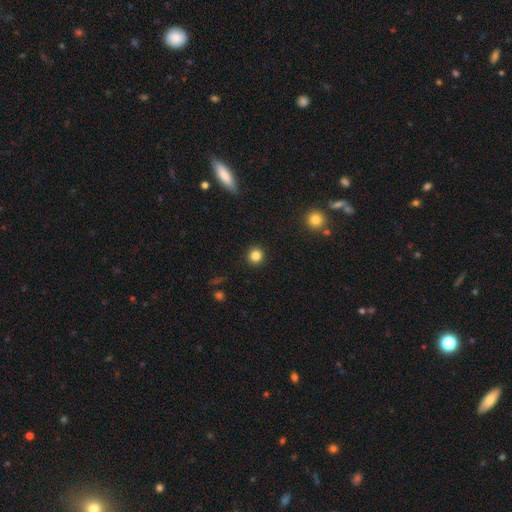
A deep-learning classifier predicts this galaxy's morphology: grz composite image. It shows a smooth galaxy with no disk features (83%) that is round (93%). Merging: none (93%).